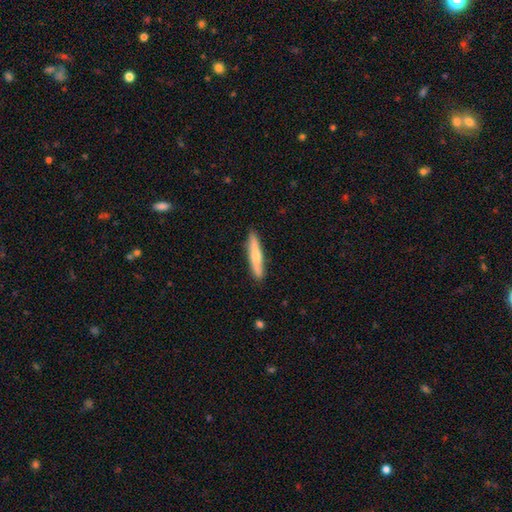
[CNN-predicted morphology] This is likely a smooth galaxy (61%). How rounded: clearly cigar-shaped (91%). Merging: clearly none (88%).